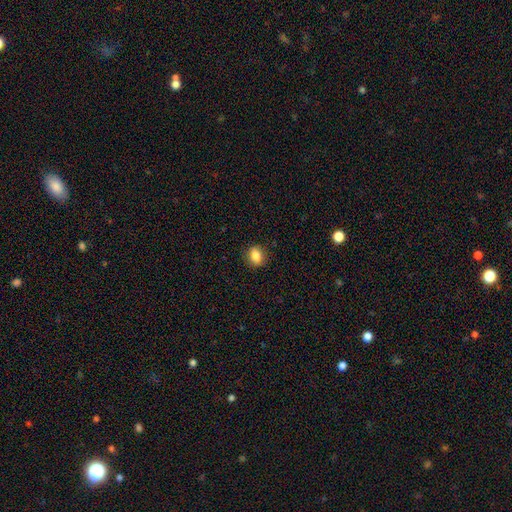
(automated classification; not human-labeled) The model was most divided on "how rounded": in between: 51%, round: 48%, cigar-shaped: 2%. More confident: merging — none (87%); smooth or featured — smooth (82%).